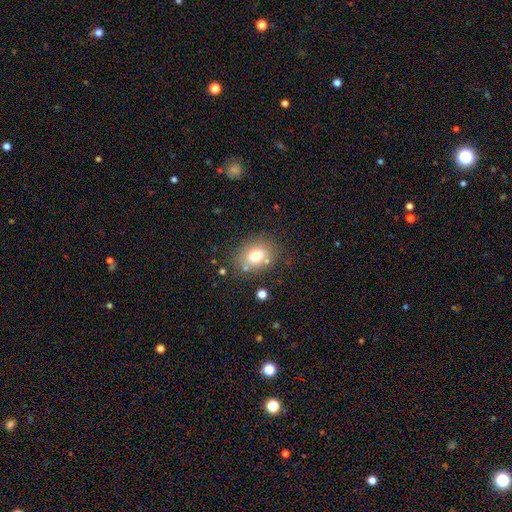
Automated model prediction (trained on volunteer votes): smooth 73%, featured or disk 15%, star or artifact 11%. Down the decision tree: how rounded — in between (64%); merging — none (73%).